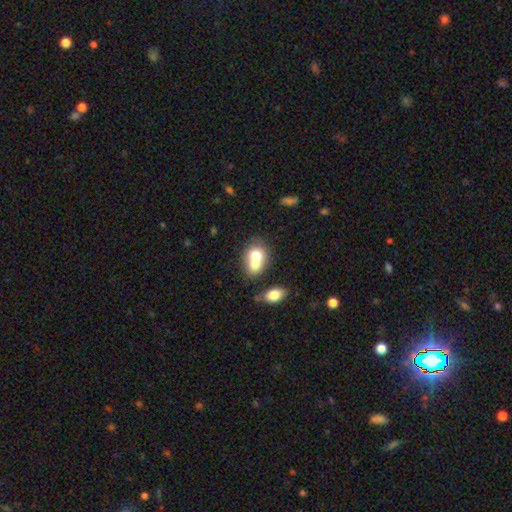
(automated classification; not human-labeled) Smooth or featured: smooth — 69% (featured or disk — 22%)
How rounded: in between — 52% (round — 46%)
Merging: merger — 66% (none — 22%)